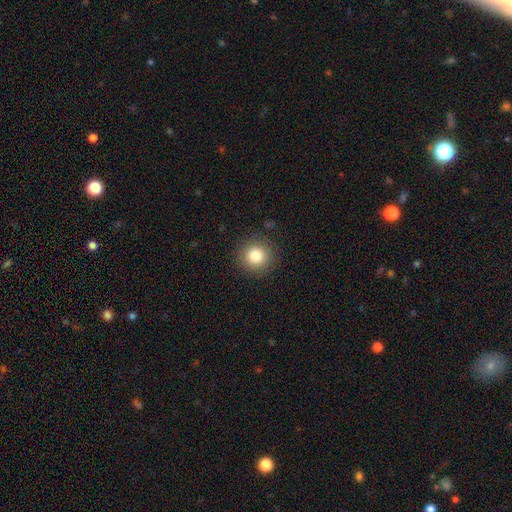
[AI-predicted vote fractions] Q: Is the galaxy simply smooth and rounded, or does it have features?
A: smooth — 82%.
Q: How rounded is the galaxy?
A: round — 93%.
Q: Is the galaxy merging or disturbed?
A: none — 89%.